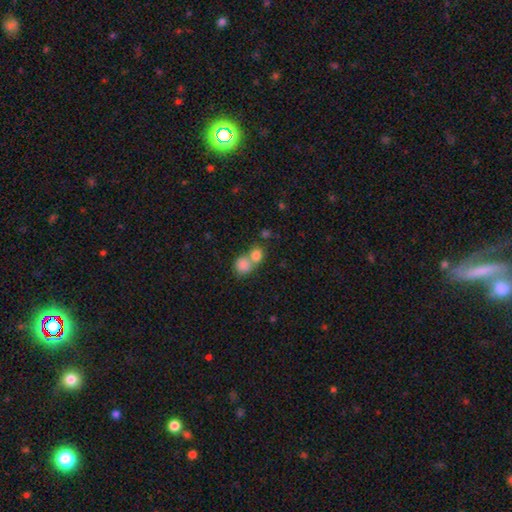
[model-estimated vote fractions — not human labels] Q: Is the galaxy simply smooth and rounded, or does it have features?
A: smooth — 81%.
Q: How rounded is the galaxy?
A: round — 71%.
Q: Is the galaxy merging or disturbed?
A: merger — 60%.